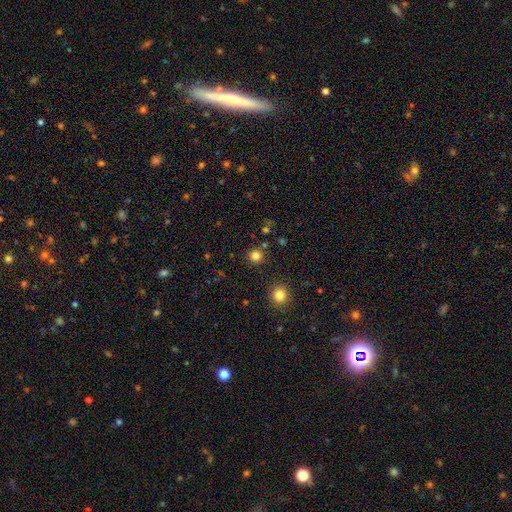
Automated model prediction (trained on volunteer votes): The model was most divided on "smooth or featured": smooth: 81%, star or artifact: 15%, featured or disk: 4%. More confident: how rounded — round (93%); merging — none (88%).